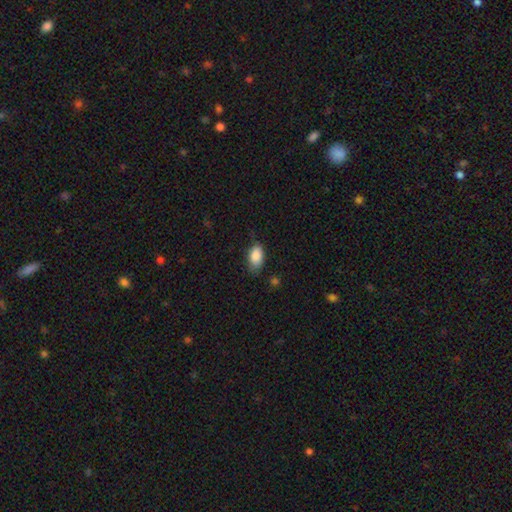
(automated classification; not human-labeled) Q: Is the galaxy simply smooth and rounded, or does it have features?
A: smooth — 87%.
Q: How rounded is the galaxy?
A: in between — 92%.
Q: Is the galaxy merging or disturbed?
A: none — 68%.